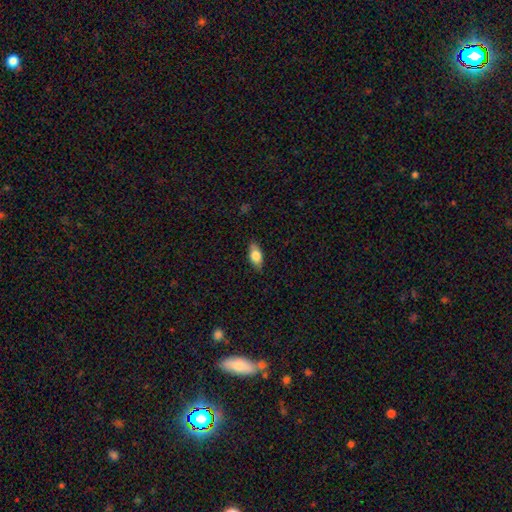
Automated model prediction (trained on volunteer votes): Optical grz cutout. It shows a smooth galaxy with no disk features (76%) that is in between round and cigar-shaped (86%). Merging: none (84%).